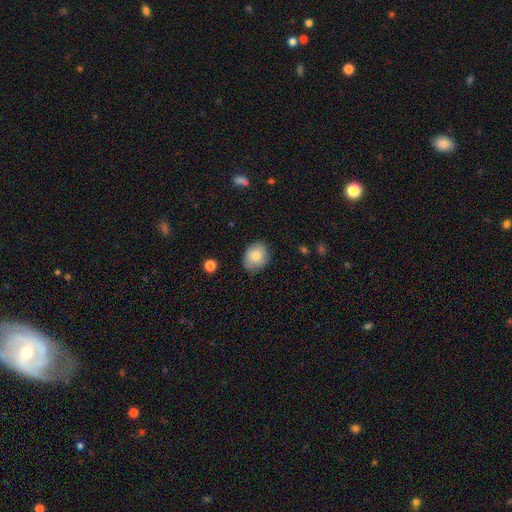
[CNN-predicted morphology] Q: Smooth or featured?
A: smooth (80%); runner-up: featured or disk (12%)
Q: How rounded?
A: in between (51%); runner-up: round (48%)
Q: Merging?
A: none (75%); runner-up: minor disturbance (20%)